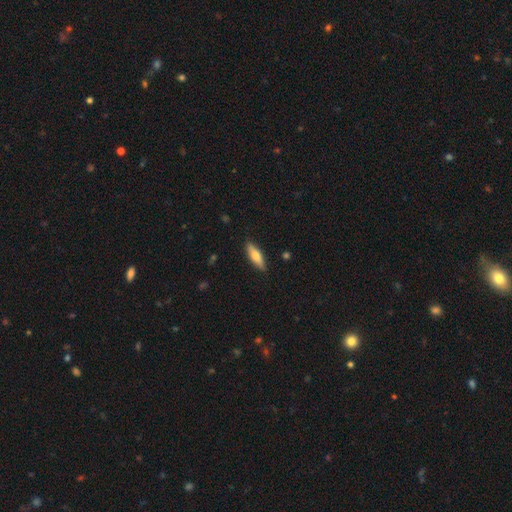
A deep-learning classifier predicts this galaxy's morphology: Q: Smooth or featured?
A: smooth (62%); runner-up: featured or disk (32%)
Q: How rounded?
A: cigar-shaped (55%); runner-up: in between (42%)
Q: Merging?
A: none (88%); runner-up: minor disturbance (9%)